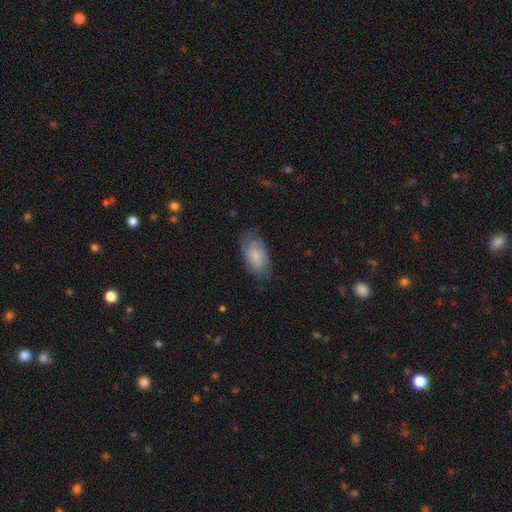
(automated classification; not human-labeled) Overall: smooth (66%; featured or disk 27%). How rounded: in between (93%). Merging: none (68%).